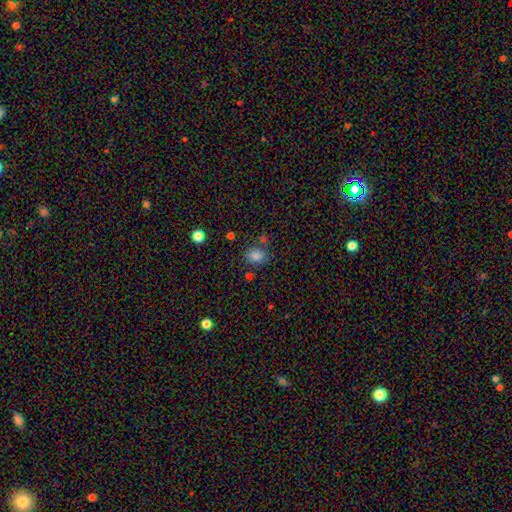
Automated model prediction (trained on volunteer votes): Morphology: type=smooth (77%); roundness=in between (57%); merging=none (70%).